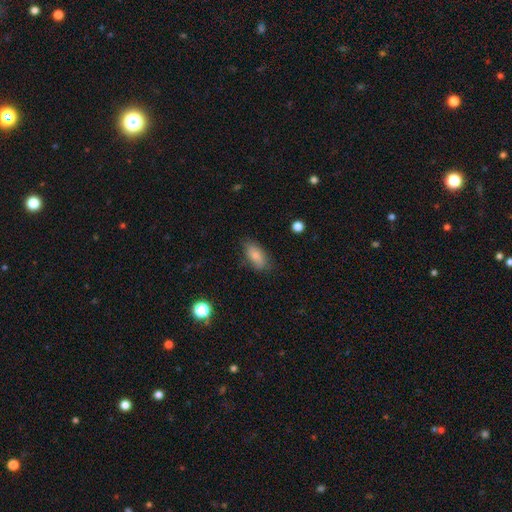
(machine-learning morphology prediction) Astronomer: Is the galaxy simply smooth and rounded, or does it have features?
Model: smooth — 81%.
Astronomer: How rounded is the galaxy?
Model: in between — 89%.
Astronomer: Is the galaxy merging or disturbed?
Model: none — 72%.